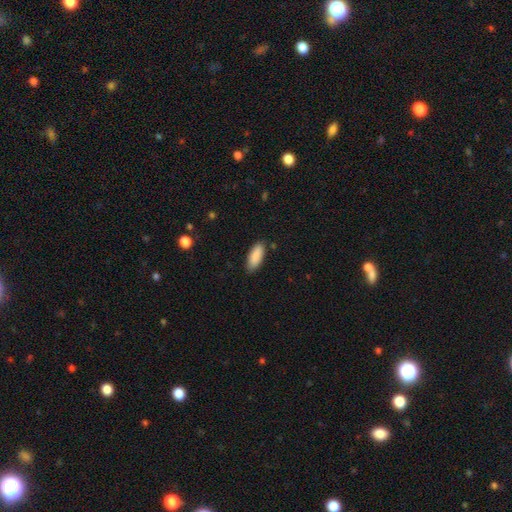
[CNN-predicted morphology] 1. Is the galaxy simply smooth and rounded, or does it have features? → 89% smooth, 6% star or artifact, 5% featured or disk.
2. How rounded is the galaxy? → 79% in between, 20% cigar-shaped, 2% round.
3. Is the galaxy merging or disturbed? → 85% none, 11% minor disturbance, 2% major disturbance, 1% merger.